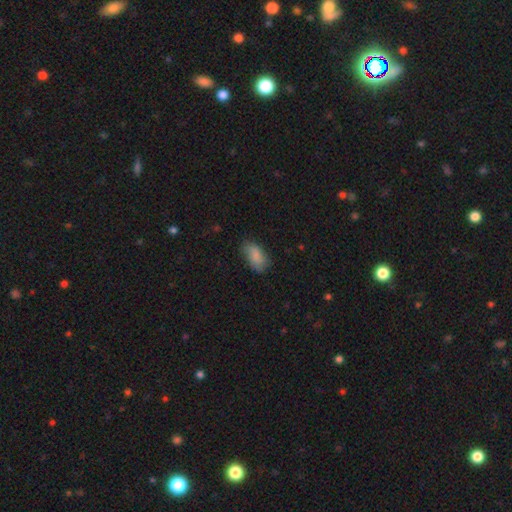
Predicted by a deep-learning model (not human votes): Overall: smooth (83%). How rounded: in between (93%). Merging: none (72%).